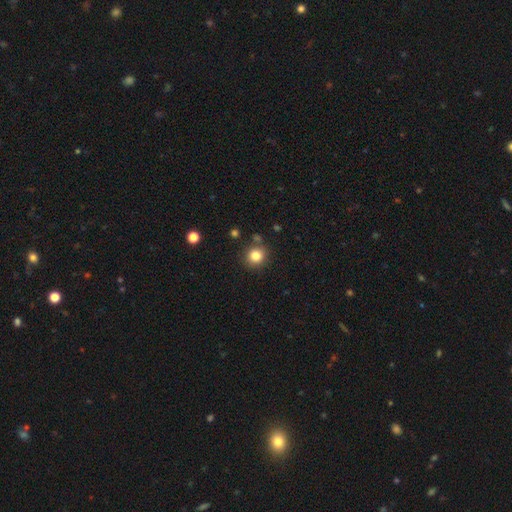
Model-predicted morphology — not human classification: smooth_or_featured: smooth (p=0.82) [alt: star or artifact p=0.12]
how_rounded: round (p=0.89) [alt: in between p=0.10]
merging: none (p=0.83) [alt: minor disturbance p=0.09]